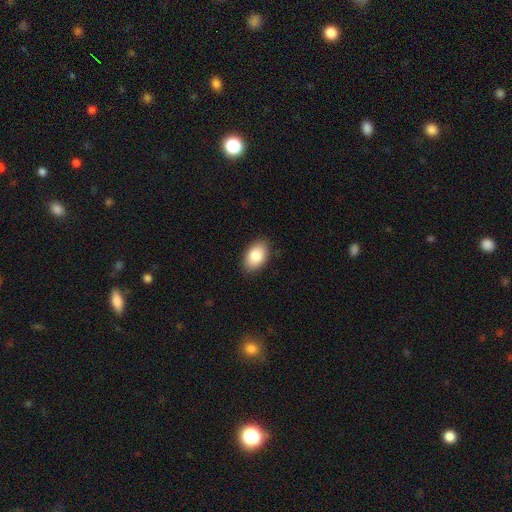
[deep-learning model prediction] smooth-or-featured: smooth: 84% | featured or disk: 9% | star or artifact: 7%
  how-rounded: in between: 91% | round: 8% | cigar-shaped: 1%
  merging: none: 88% | minor disturbance: 9% | major disturbance: 2% | merger: 1%